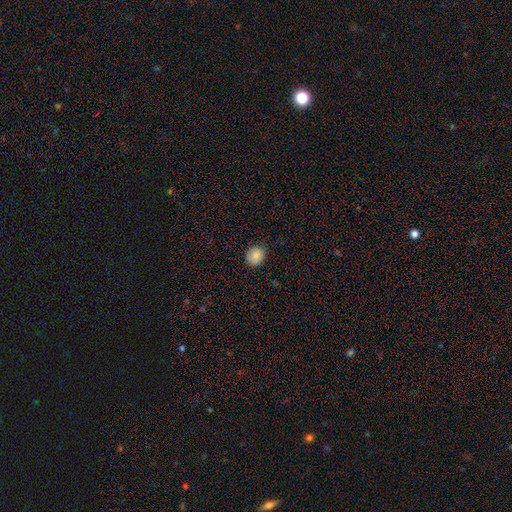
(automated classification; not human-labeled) This appears to be a smooth galaxy with no disk features (84%) that is round (77%). Merging: none (83%).